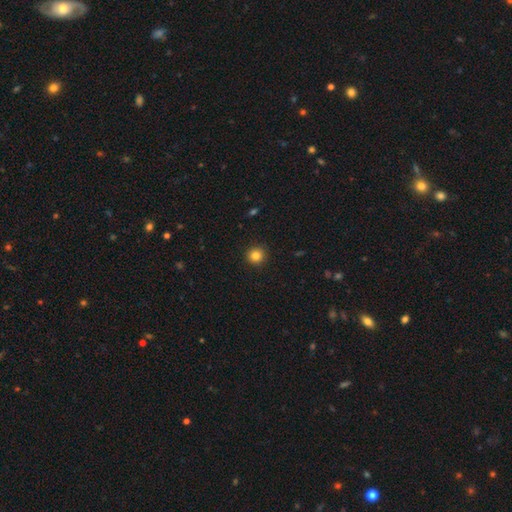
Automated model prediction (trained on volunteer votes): smooth_or_featured: smooth (p=0.83) [alt: star or artifact p=0.12]
how_rounded: round (p=0.95) [alt: in between p=0.04]
merging: none (p=0.92) [alt: minor disturbance p=0.05]